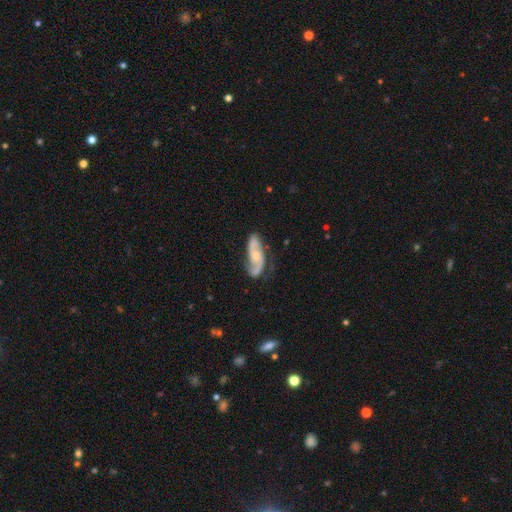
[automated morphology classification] Smooth or featured? Predicted: featured or disk (p=0.76). Edge-on disk? Predicted: no (p=0.91). Bar? Predicted: no (p=0.66). Spiral arms? Predicted: yes (p=0.92). Spiral winding? Predicted: medium (p=0.40). Spiral arm count? Predicted: 2 (p=0.85). Bulge size? Predicted: moderate (p=0.51). Merging? Predicted: none (p=0.66).